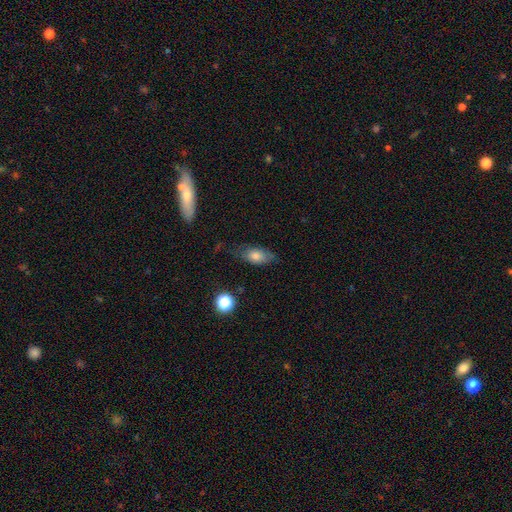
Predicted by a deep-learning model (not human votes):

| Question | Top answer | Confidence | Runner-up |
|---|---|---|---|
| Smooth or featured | smooth | 74% | featured or disk (17%) |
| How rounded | in between | 83% | cigar-shaped (9%) |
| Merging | none | 66% | minor disturbance (24%) |